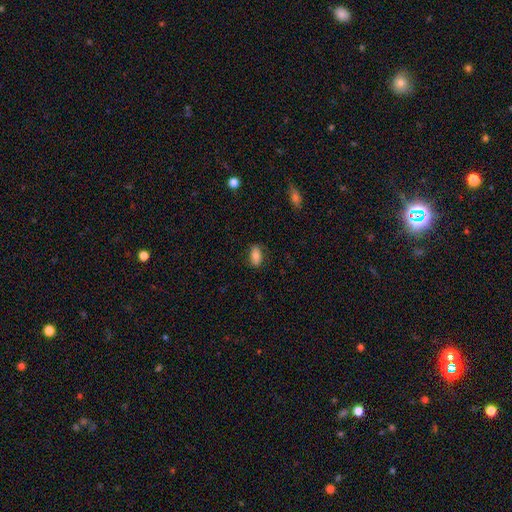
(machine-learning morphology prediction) This appears to be a smooth galaxy with no disk features (78%) that is in between round and cigar-shaped (90%). Merging: none (82%).